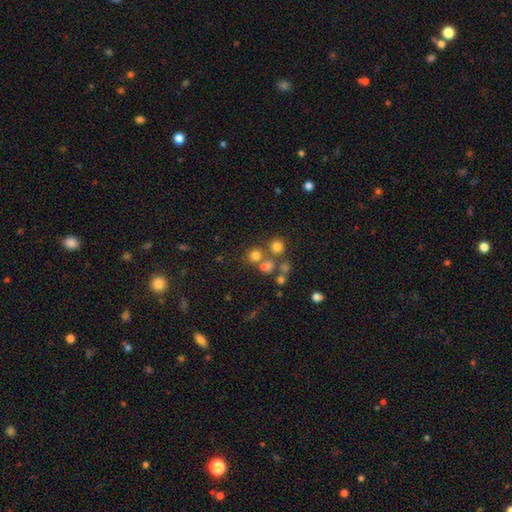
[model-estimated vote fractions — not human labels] Overall: smooth (70%). How rounded: round (86%). Merging: none (62%; merger 25%).